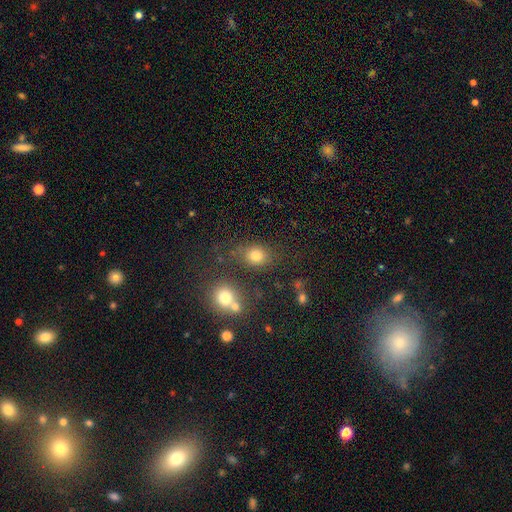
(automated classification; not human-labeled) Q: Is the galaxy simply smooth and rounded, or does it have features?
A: smooth — 77%.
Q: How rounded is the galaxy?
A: round — 52%.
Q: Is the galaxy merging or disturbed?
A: none — 69%.